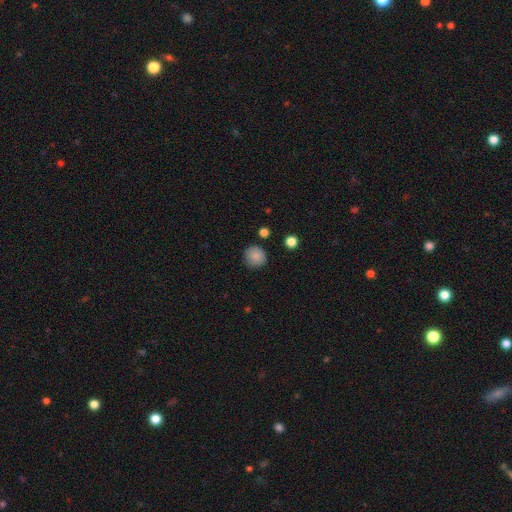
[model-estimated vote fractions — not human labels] smooth 86%, star or artifact 9%, featured or disk 6%. Down the decision tree: how rounded — round (91%); merging — none (83%).